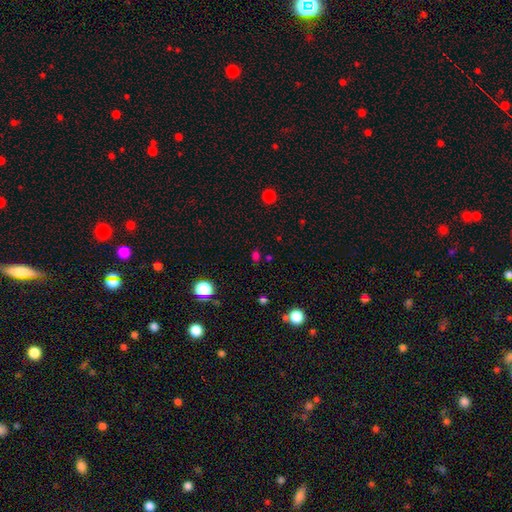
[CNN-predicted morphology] A smooth galaxy with no disk features (57%) that is in between round and cigar-shaped (49%).

Vote fractions:
- Smooth or featured? smooth: 57% / star or artifact: 37% / featured or disk: 6%
- How rounded? in between: 49% / round: 48% / cigar-shaped: 3%
- Merging? none: 78% / minor disturbance: 12% / major disturbance: 5% / merger: 5%